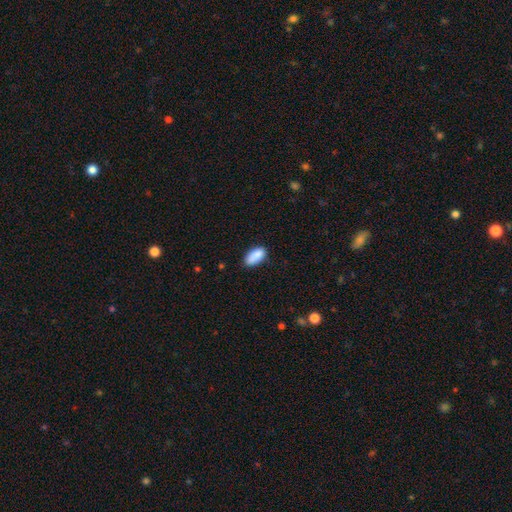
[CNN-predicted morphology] Q: Smooth or featured?
A: smooth (87%); runner-up: star or artifact (7%)
Q: How rounded?
A: in between (92%); runner-up: cigar-shaped (6%)
Q: Merging?
A: none (76%); runner-up: minor disturbance (18%)